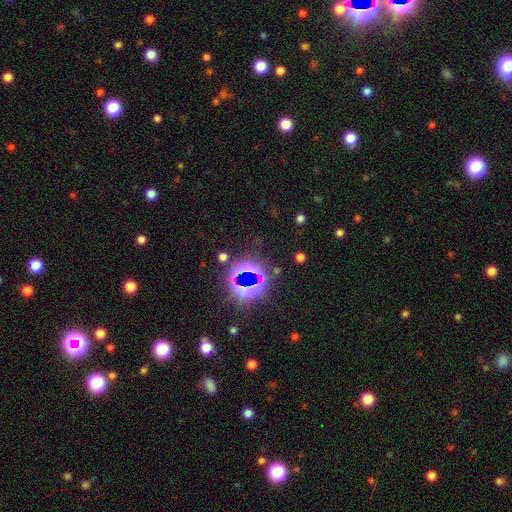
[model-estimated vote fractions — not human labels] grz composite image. It shows a star or artifact, not a galaxy (83%).